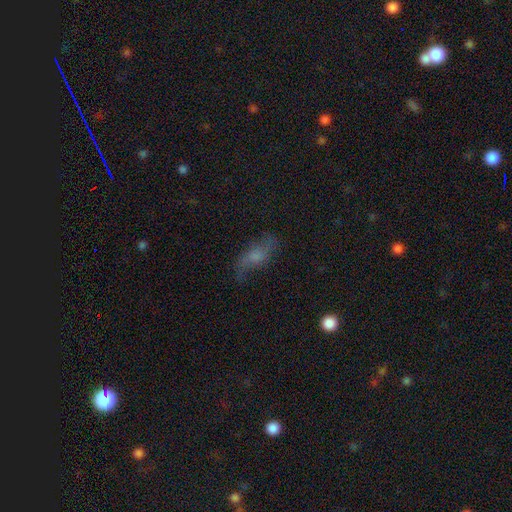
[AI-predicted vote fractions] A featured or disk galaxy (46%).

Vote fractions:
- Smooth or featured? featured or disk: 46% / smooth: 41% / star or artifact: 13%
- Merging? none: 64% / minor disturbance: 21% / major disturbance: 13% / merger: 2%